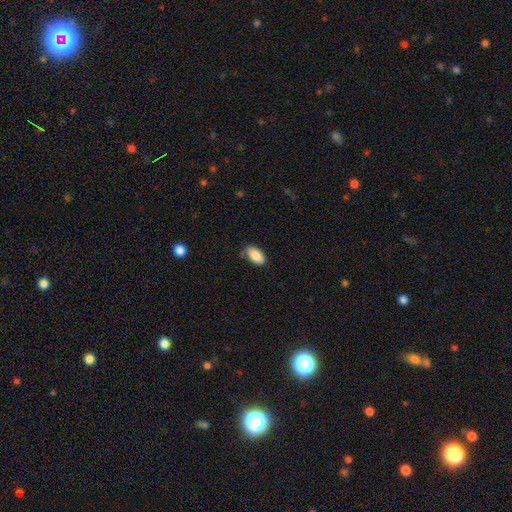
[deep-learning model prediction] Q: Smooth or featured?
A: smooth (86%); runner-up: star or artifact (7%)
Q: How rounded?
A: in between (94%); runner-up: cigar-shaped (3%)
Q: Merging?
A: none (76%); runner-up: minor disturbance (19%)